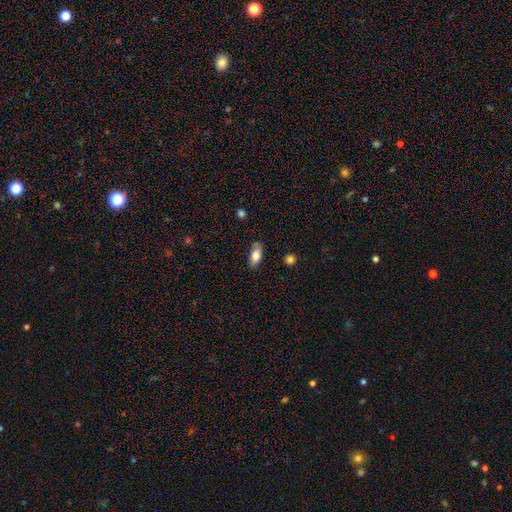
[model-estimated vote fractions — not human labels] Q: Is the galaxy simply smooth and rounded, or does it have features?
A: smooth — 80%.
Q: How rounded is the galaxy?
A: in between — 88%.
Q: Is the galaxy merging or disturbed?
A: none — 79%.